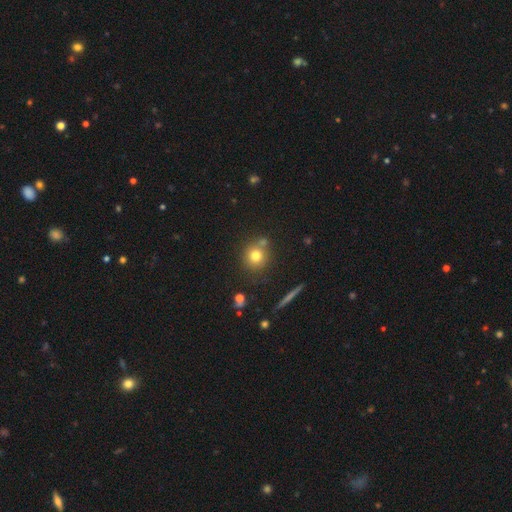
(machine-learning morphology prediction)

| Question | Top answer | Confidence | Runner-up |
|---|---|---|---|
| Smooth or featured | smooth | 75% | star or artifact (14%) |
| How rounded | round | 90% | in between (9%) |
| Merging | none | 71% | merger (16%) |